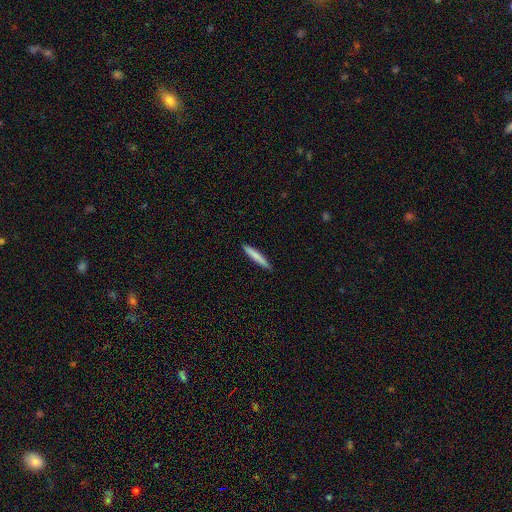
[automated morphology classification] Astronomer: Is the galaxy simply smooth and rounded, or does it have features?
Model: smooth — 77%.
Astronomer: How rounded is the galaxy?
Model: cigar-shaped — 95%.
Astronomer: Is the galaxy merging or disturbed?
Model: none — 90%.